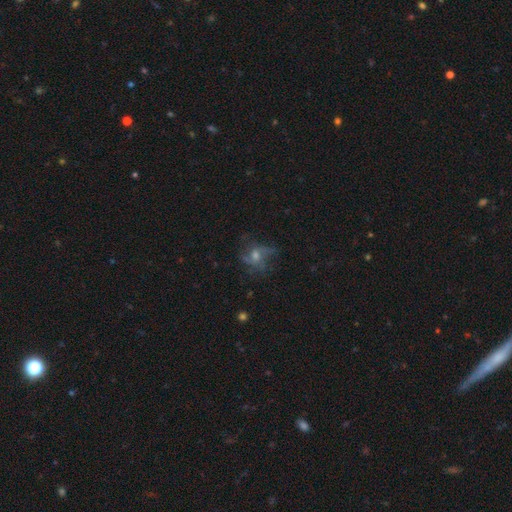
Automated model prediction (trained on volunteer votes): This appears to be a featured or disk galaxy (52%) with no bar (74%), spiral arms (63%) and a moderate central bulge (53%). Merging: none (51%).